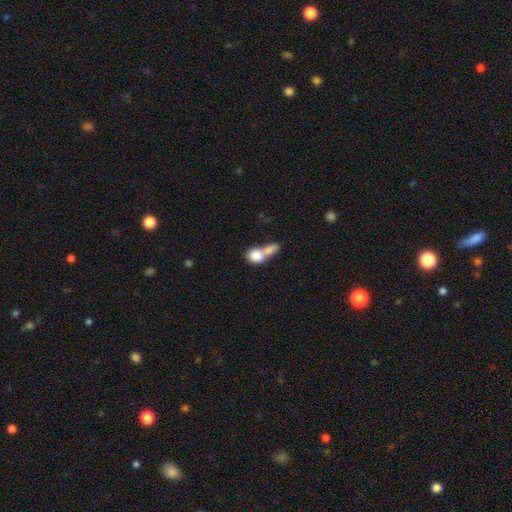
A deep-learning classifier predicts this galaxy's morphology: Smooth or featured: smooth — 79% (featured or disk — 13%)
How rounded: round — 55% (in between — 42%)
Merging: merger — 70% (none — 19%)